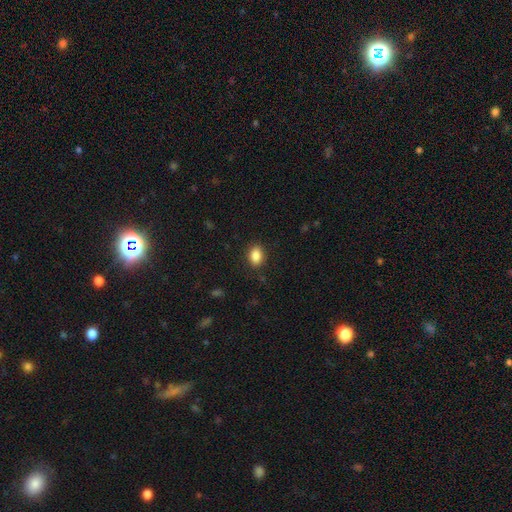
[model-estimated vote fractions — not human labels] A smooth galaxy with no disk features (87%) that is in between round and cigar-shaped (80%). Merging: none (86%).